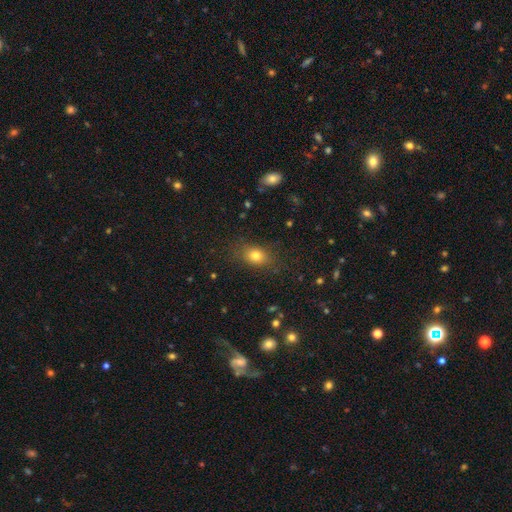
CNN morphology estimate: A smooth galaxy with no disk features (78%) that is in between round and cigar-shaped (67%).

Vote fractions:
- Smooth or featured? smooth: 78% / star or artifact: 13% / featured or disk: 9%
- How rounded? in between: 67% / round: 30% / cigar-shaped: 3%
- Merging? none: 81% / minor disturbance: 12% / major disturbance: 5% / merger: 1%